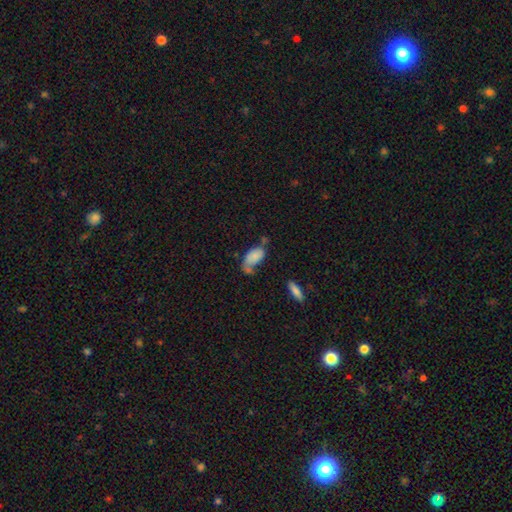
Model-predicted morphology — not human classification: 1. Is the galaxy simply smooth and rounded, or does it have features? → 76% smooth, 17% featured or disk, 8% star or artifact.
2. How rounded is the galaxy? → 93% in between, 4% cigar-shaped, 4% round.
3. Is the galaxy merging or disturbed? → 33% none, 26% minor disturbance, 21% merger, 20% major disturbance.